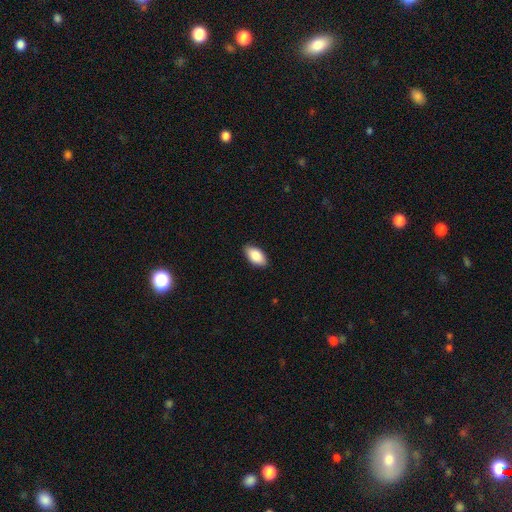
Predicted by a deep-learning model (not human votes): Smooth or featured? Predicted: smooth (p=0.87). How rounded? Predicted: in between (p=0.94). Merging? Predicted: none (p=0.87).